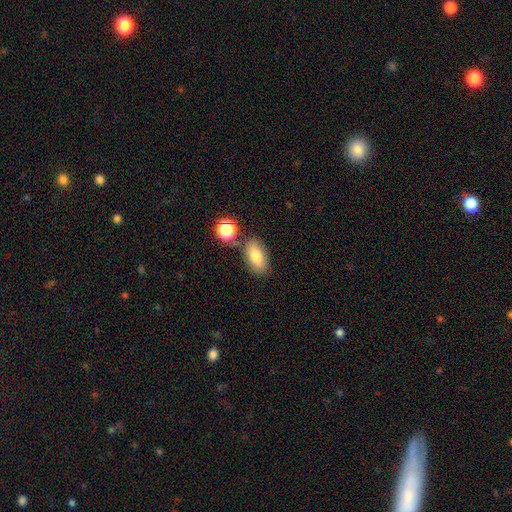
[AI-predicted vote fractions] Q: Smooth or featured?
A: smooth (78%); runner-up: featured or disk (12%)
Q: How rounded?
A: in between (88%); runner-up: round (7%)
Q: Merging?
A: none (72%); runner-up: minor disturbance (14%)